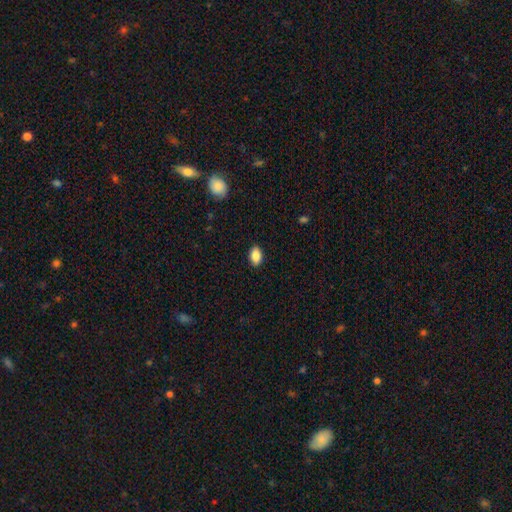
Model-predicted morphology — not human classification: The model was most divided on "merging": none: 88%, minor disturbance: 9%, major disturbance: 2%, merger: 1%. More confident: how rounded — in between (90%); smooth or featured — smooth (87%).